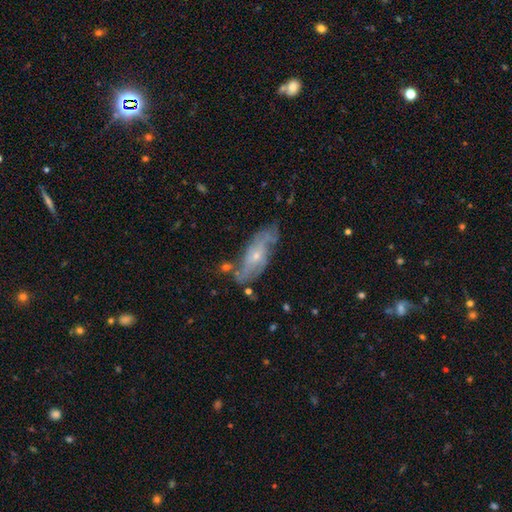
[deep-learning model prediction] Smooth or featured? Predicted: featured or disk (p=0.68). Edge-on disk? Predicted: no (p=0.83). Bar? Predicted: no (p=0.69). Spiral arms? Predicted: yes (p=0.75). Bulge size? Predicted: small (p=0.70). Merging? Predicted: none (p=0.56).